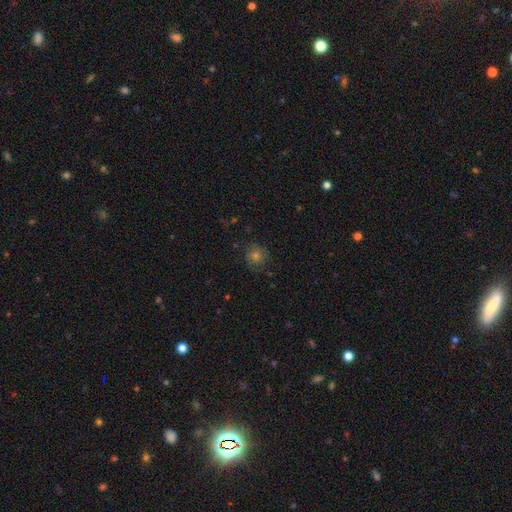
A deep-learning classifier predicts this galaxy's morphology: type=smooth (50%); roundness=round (88%); merging=none (80%).